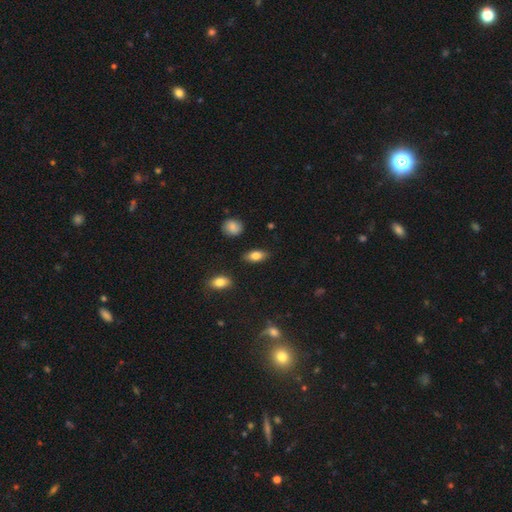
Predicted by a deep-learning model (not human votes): smooth 82%, featured or disk 10%, star or artifact 8%. Down the decision tree: how rounded — in between (88%); merging — none (86%).